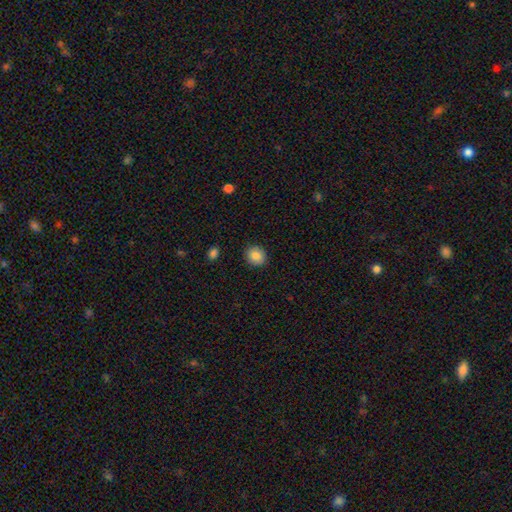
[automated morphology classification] A smooth galaxy with no disk features (86%) that is round (74%).

Vote fractions:
- Smooth or featured? smooth: 86% / star or artifact: 9% / featured or disk: 6%
- How rounded? round: 74% / in between: 25% / cigar-shaped: 1%
- Merging? none: 90% / minor disturbance: 7% / major disturbance: 2% / merger: 1%